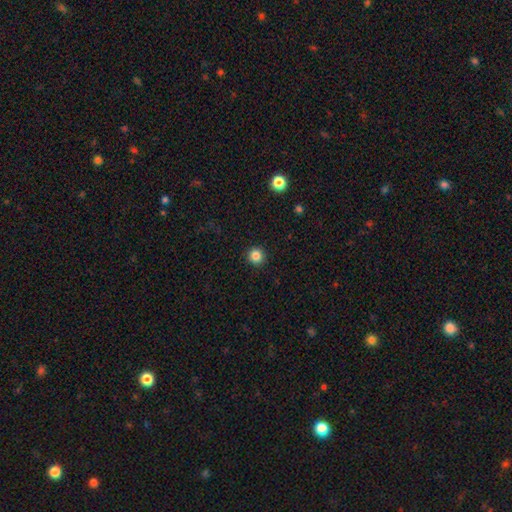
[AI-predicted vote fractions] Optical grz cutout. It shows a smooth galaxy with no disk features (84%) that is round (95%). Merging: none (93%).